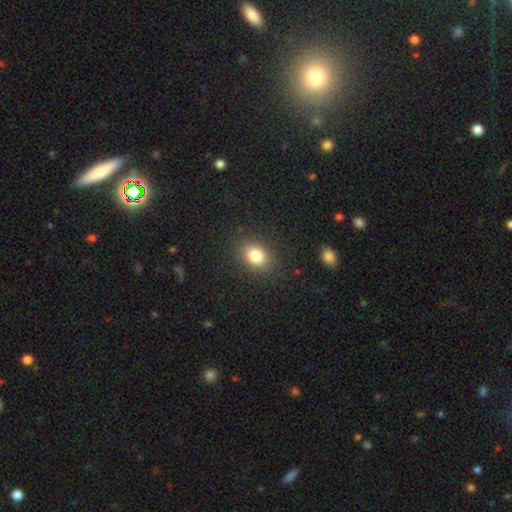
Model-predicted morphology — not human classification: Overall: smooth (81%). How rounded: in between (57%; round 42%). Merging: none (85%).